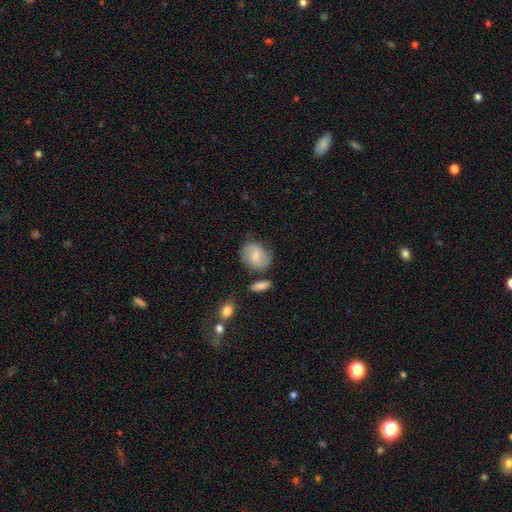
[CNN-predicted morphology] smooth_or_featured: smooth (p=0.63) [alt: featured or disk p=0.29]
how_rounded: round (p=0.55) [alt: in between p=0.44]
merging: none (p=0.68) [alt: minor disturbance p=0.20]